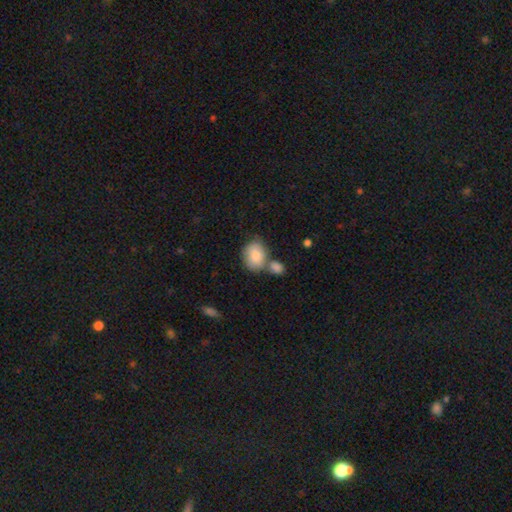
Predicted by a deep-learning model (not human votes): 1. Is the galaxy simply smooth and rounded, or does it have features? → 82% smooth, 11% featured or disk, 7% star or artifact.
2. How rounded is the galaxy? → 60% in between, 39% round, 1% cigar-shaped.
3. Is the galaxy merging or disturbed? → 44% none, 37% merger, 15% minor disturbance, 5% major disturbance.